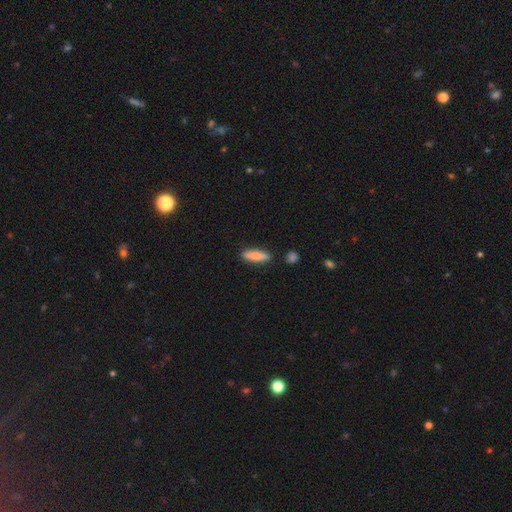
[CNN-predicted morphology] A smooth galaxy with no disk features (83%) that is cigar-shaped (67%). Merging: none (85%).